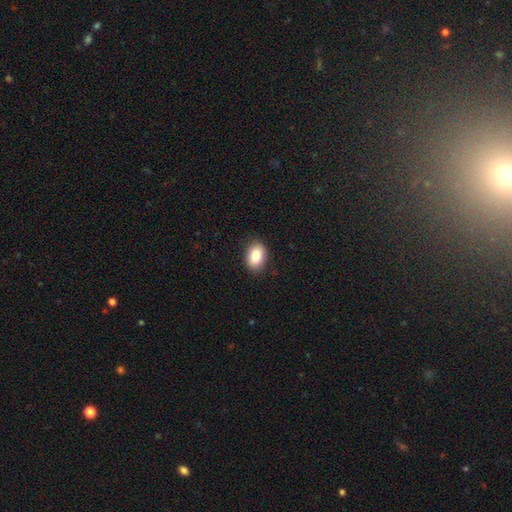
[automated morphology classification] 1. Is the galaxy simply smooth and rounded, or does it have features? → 87% smooth, 8% star or artifact, 6% featured or disk.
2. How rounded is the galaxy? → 81% in between, 17% round, 1% cigar-shaped.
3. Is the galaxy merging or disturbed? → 88% none, 9% minor disturbance, 2% major disturbance, 1% merger.